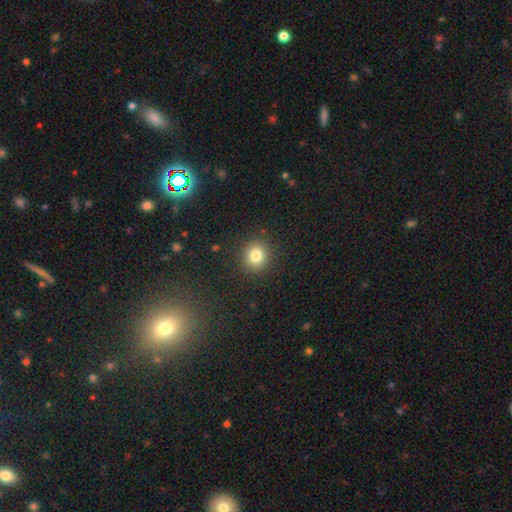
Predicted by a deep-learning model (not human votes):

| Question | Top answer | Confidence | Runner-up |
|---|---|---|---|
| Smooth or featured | smooth | 81% | star or artifact (12%) |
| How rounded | round | 83% | in between (16%) |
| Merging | none | 89% | minor disturbance (7%) |